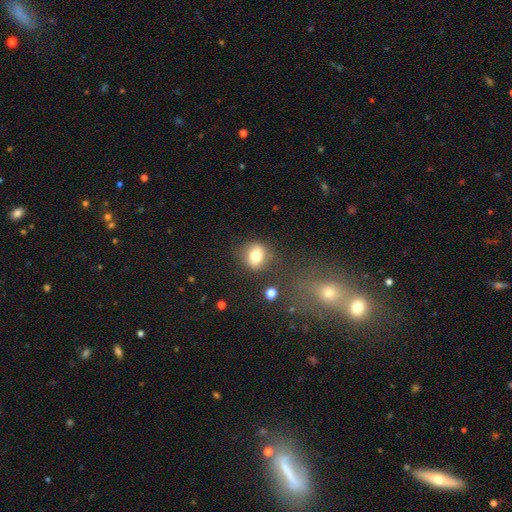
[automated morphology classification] smooth-or-featured: smooth: 76% | featured or disk: 14% | star or artifact: 10%
  how-rounded: round: 61% | in between: 37% | cigar-shaped: 2%
  merging: none: 76% | minor disturbance: 14% | major disturbance: 5% | merger: 5%